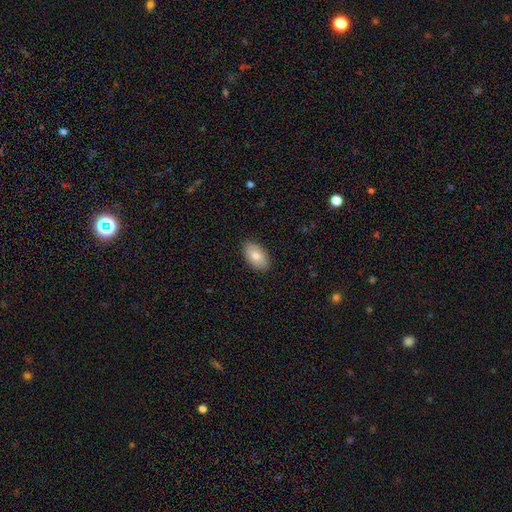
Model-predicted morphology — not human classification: smooth-or-featured: smooth: 79% | featured or disk: 14% | star or artifact: 7%
  how-rounded: in between: 94% | round: 5% | cigar-shaped: 2%
  merging: none: 89% | minor disturbance: 9% | major disturbance: 2% | merger: 1%